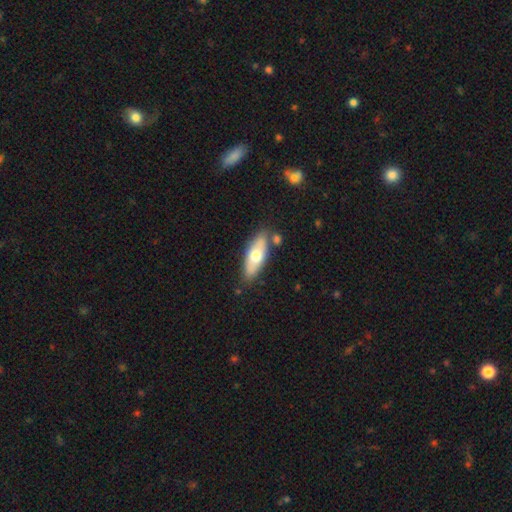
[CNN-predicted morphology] This is likely a smooth galaxy (60%). How rounded: likely in between (65%). Merging: likely none (75%).